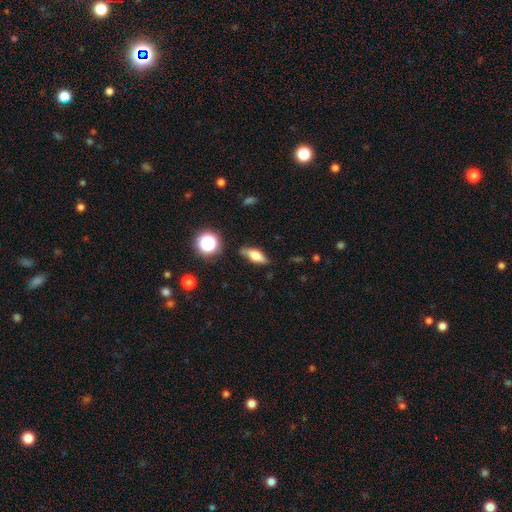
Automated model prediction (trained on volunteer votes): A smooth galaxy with no disk features (63%) that is in between round and cigar-shaped (63%).

Vote fractions:
- Smooth or featured? smooth: 63% / featured or disk: 27% / star or artifact: 10%
- How rounded? in between: 63% / cigar-shaped: 30% / round: 6%
- Merging? none: 76% / minor disturbance: 17% / major disturbance: 4% / merger: 3%